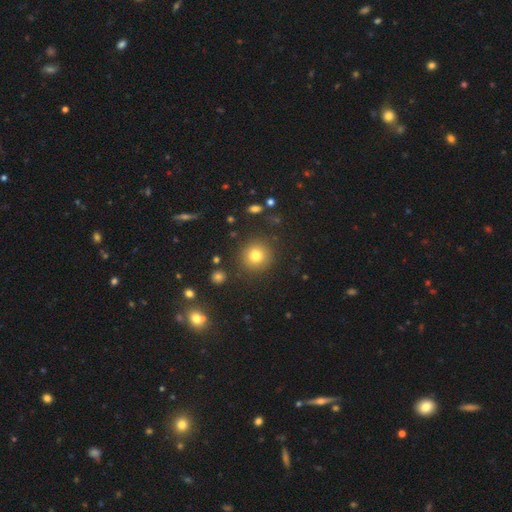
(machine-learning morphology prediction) Q: Smooth or featured?
A: smooth (79%); runner-up: star or artifact (13%)
Q: How rounded?
A: round (92%); runner-up: in between (7%)
Q: Merging?
A: none (88%); runner-up: minor disturbance (7%)